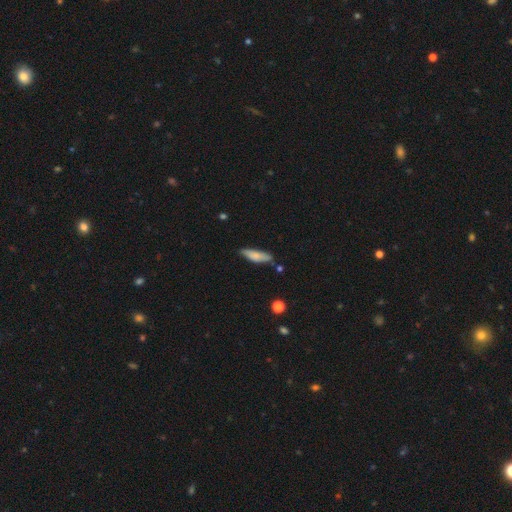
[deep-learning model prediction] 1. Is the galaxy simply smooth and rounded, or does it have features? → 76% smooth, 18% featured or disk, 6% star or artifact.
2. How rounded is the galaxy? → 56% cigar-shaped, 42% in between, 2% round.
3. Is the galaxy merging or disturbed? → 72% none, 21% minor disturbance, 4% merger, 3% major disturbance.